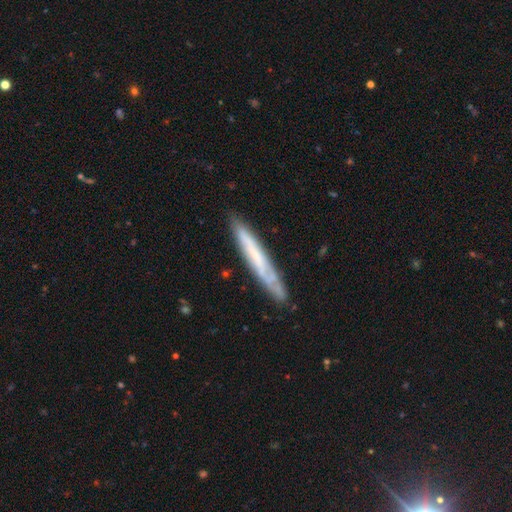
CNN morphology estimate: This is possibly a featured or disk galaxy (51%). It is likely viewed edge-on (76%). Merging: clearly none (81%).